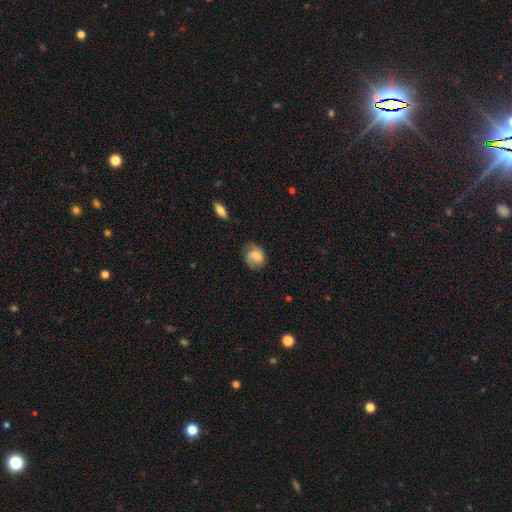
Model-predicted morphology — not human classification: Smooth or featured? Predicted: smooth (p=0.57). How rounded? Predicted: round (p=0.54). Merging? Predicted: none (p=0.55).